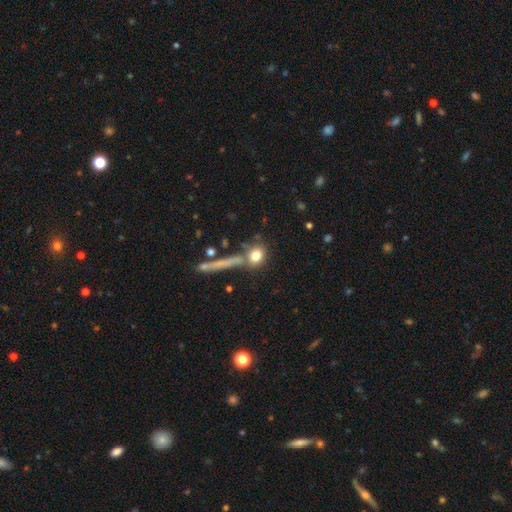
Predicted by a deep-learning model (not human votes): Smooth or featured: smooth — 78% (featured or disk — 12%)
How rounded: round — 56% (in between — 34%)
Merging: none — 64% (merger — 17%)